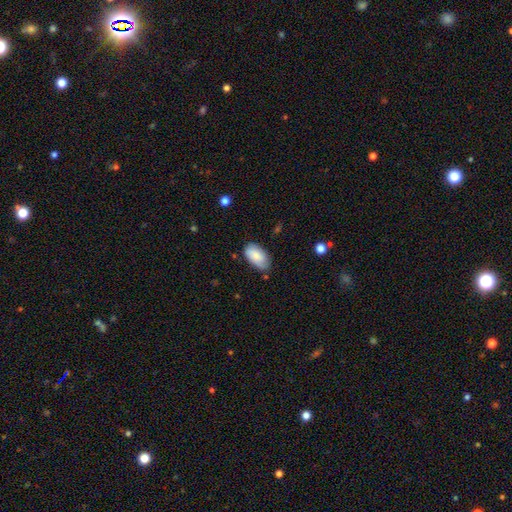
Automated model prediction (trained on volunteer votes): Morphology: type=smooth (78%); roundness=in between (95%); merging=none (69%).